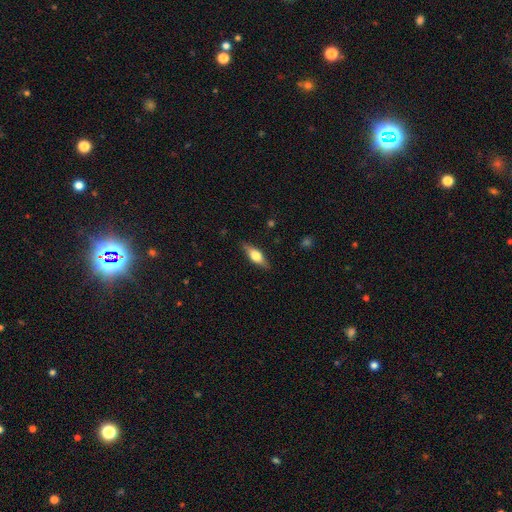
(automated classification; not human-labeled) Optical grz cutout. It shows a featured or disk galaxy (48%). Merging: none (85%).